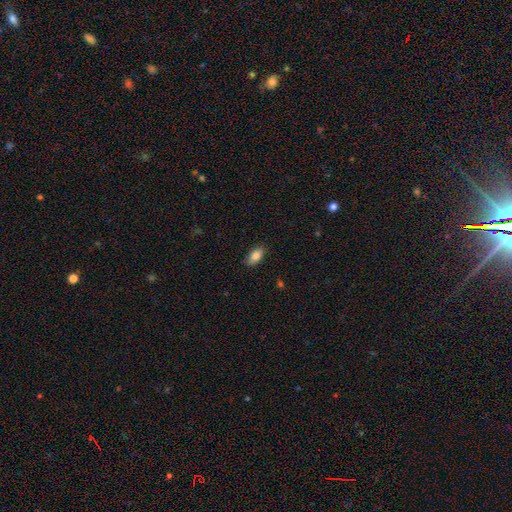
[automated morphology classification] This appears to be a smooth galaxy with no disk features (84%) that is in between round and cigar-shaped (91%). Merging: none (85%).